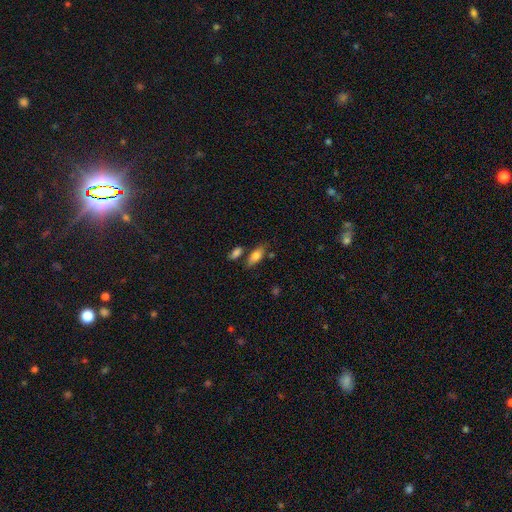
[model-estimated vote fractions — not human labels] This appears to be a smooth galaxy with no disk features (77%) that is in between round and cigar-shaped (77%). Merging: none (67%).